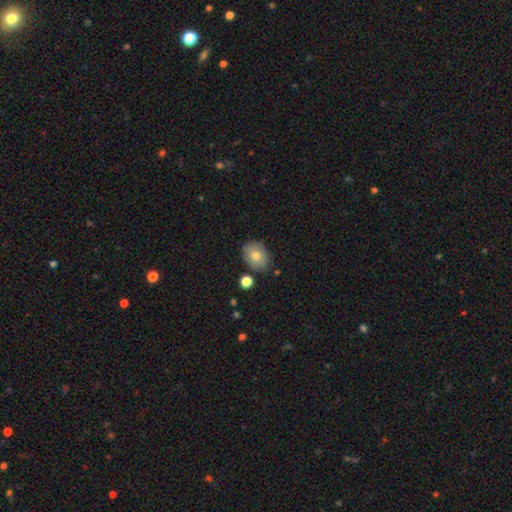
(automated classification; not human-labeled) A smooth galaxy with no disk features (77%) that is in between round and cigar-shaped (67%). Merging: none (81%).